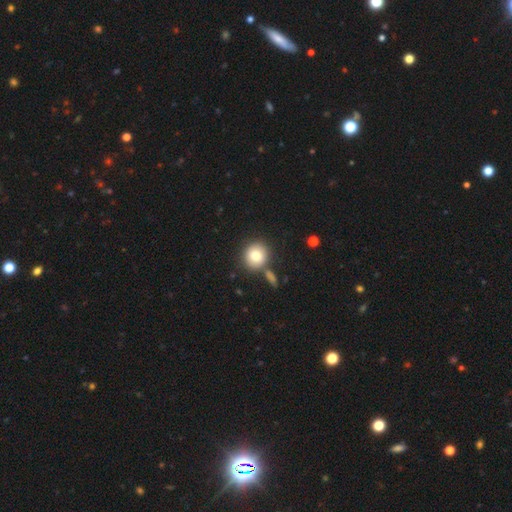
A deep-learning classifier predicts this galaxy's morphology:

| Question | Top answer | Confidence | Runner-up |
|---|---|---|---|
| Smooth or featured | smooth | 82% | featured or disk (9%) |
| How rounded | round | 87% | in between (12%) |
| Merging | none | 71% | merger (15%) |